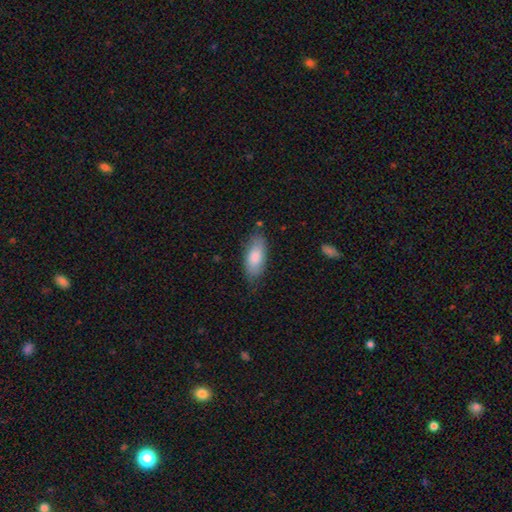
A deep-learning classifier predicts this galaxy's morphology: Smooth or featured? Predicted: smooth (p=0.78). How rounded? Predicted: in between (p=0.84). Merging? Predicted: none (p=0.77).